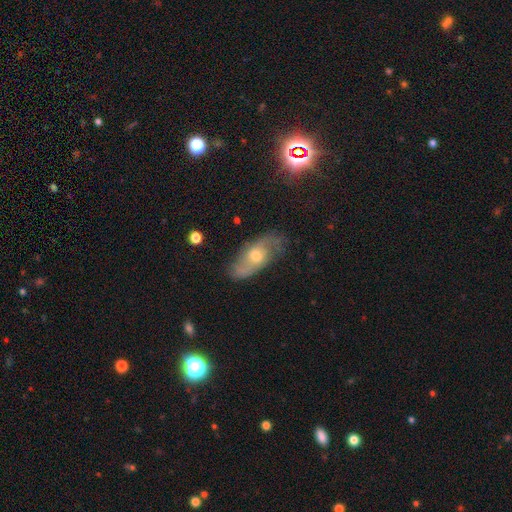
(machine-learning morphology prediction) A featured or disk galaxy (68%) with no bar (67%), 2 (73%) loose (40%) spiral arms (85%) and a moderate central bulge (61%). Merging: none (73%).